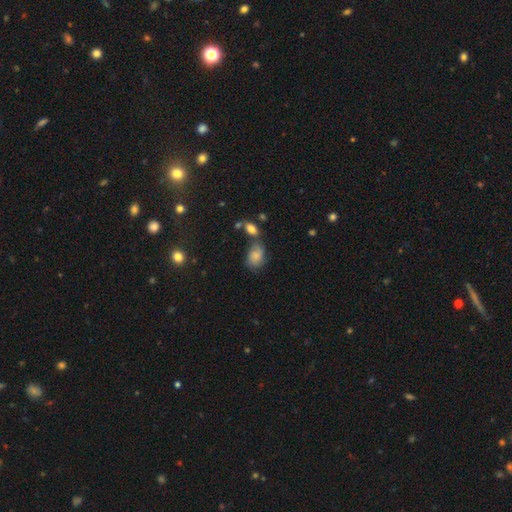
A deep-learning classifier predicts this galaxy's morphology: A smooth galaxy with no disk features (68%) that is in between round and cigar-shaped (82%).

Vote fractions:
- Smooth or featured? smooth: 68% / featured or disk: 21% / star or artifact: 11%
- How rounded? in between: 82% / round: 16% / cigar-shaped: 2%
- Merging? none: 48% / minor disturbance: 25% / merger: 16% / major disturbance: 10%